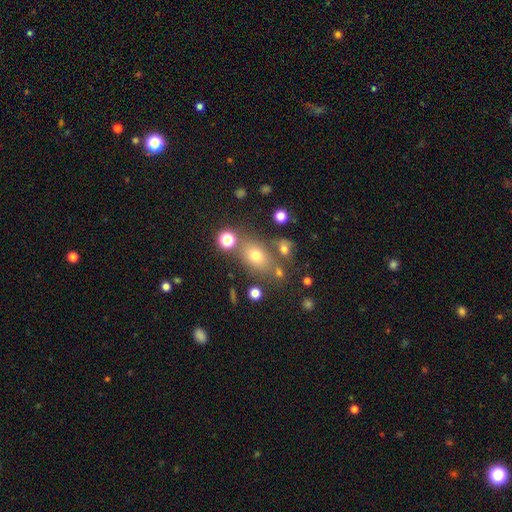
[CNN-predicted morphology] A smooth galaxy with no disk features (67%) that is in between round and cigar-shaped (65%). Merging: none (67%).